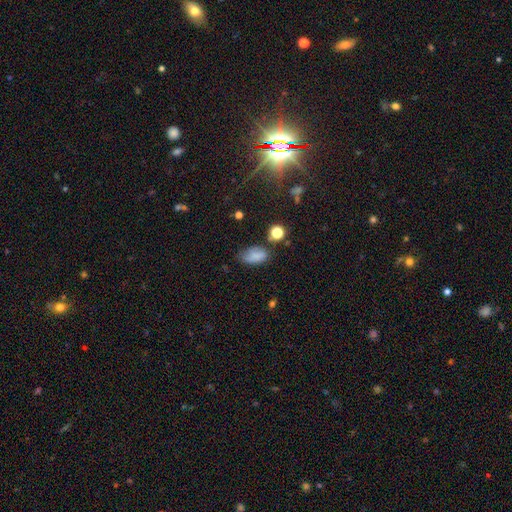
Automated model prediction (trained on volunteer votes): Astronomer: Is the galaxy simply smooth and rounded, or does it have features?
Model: smooth — 76%.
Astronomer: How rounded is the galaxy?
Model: in between — 90%.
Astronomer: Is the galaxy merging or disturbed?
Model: none — 55% (runner-up: minor disturbance, 30%).